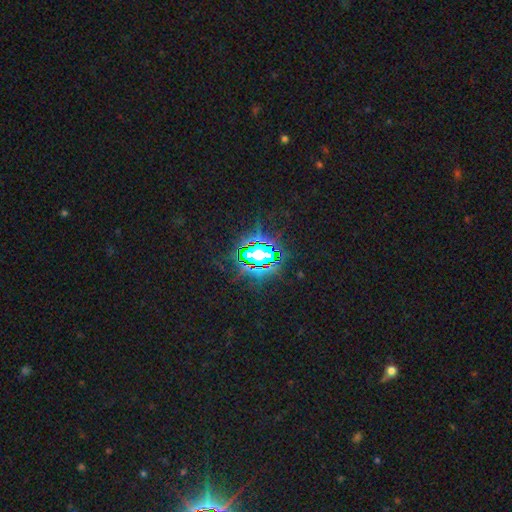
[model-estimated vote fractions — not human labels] Overall: star or artifact (78%).